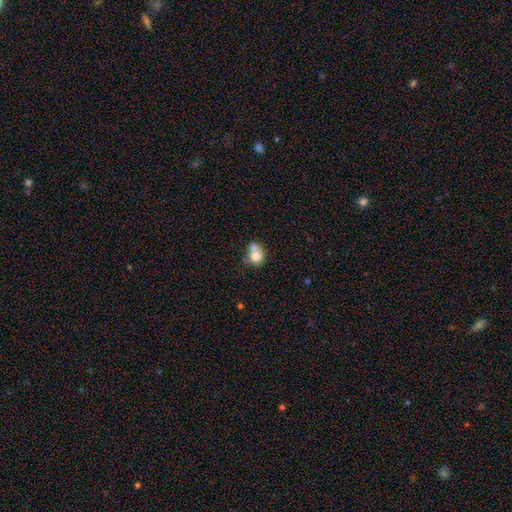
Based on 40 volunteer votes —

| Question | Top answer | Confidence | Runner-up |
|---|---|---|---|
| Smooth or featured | smooth | 68% | featured or disk (20%) |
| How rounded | round | 70% | in between (30%) |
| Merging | merger | 63% | none (29%) |